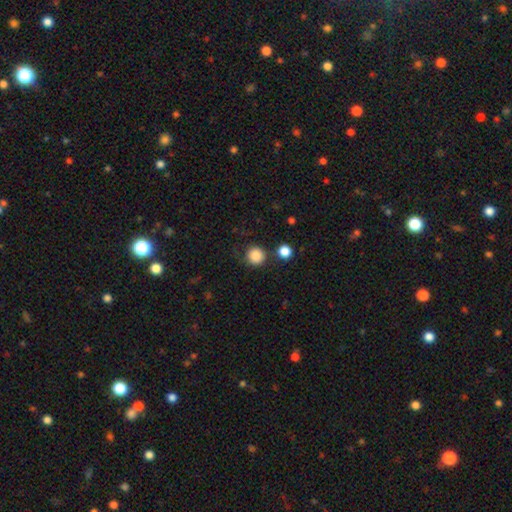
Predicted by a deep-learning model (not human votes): A smooth galaxy with no disk features (86%) that is round (94%).

Vote fractions:
- Smooth or featured? smooth: 86% / star or artifact: 10% / featured or disk: 4%
- How rounded? round: 94% / in between: 5% / cigar-shaped: 1%
- Merging? none: 78% / minor disturbance: 11% / merger: 7% / major disturbance: 4%